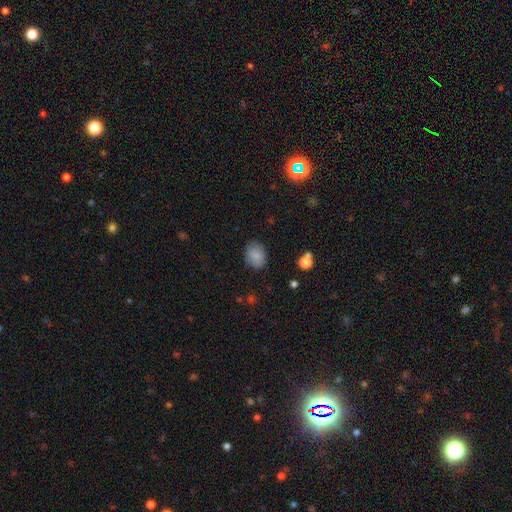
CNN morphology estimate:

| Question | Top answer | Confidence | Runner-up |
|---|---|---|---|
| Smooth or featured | smooth | 85% | star or artifact (8%) |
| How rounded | in between | 63% | round (36%) |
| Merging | none | 81% | minor disturbance (14%) |